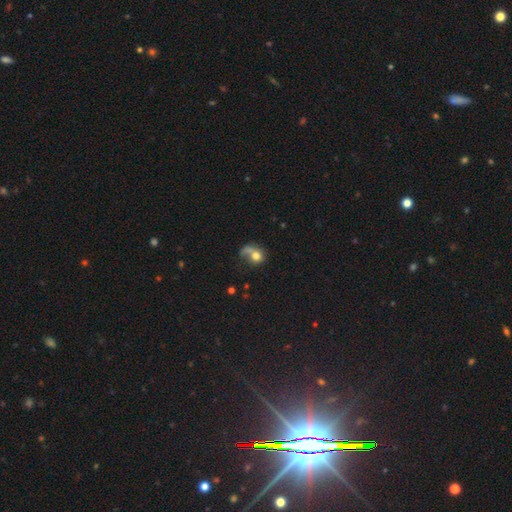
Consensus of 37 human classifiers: Morphology: type=smooth (73%); roundness=round (59%); merging=major disturbance (34%).